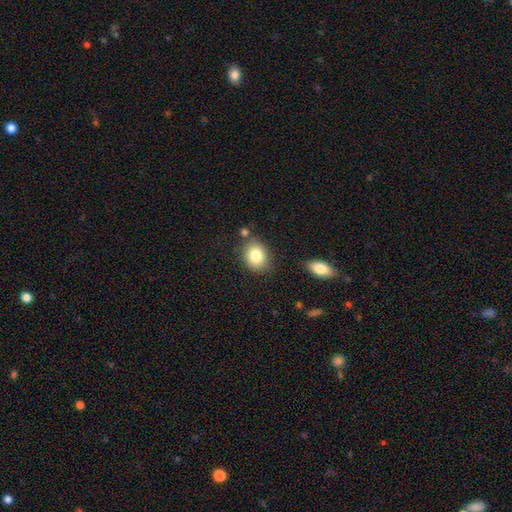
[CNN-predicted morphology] smooth-or-featured: smooth: 82% | featured or disk: 9% | star or artifact: 9%
  how-rounded: in between: 50% | round: 49% | cigar-shaped: 1%
  merging: none: 76% | minor disturbance: 13% | merger: 7% | major disturbance: 3%